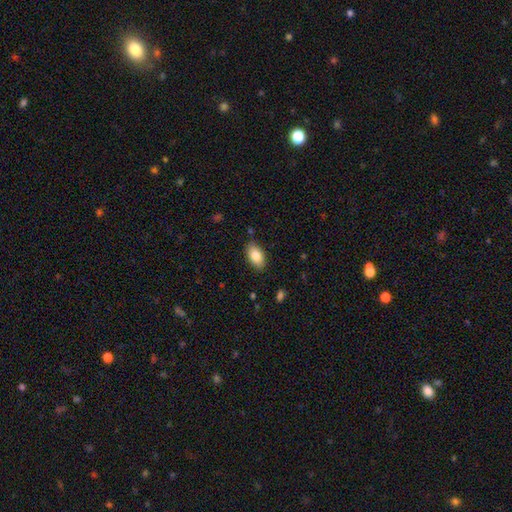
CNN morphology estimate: This appears to be a smooth galaxy with no disk features (84%) that is in between round and cigar-shaped (93%). Merging: none (85%).